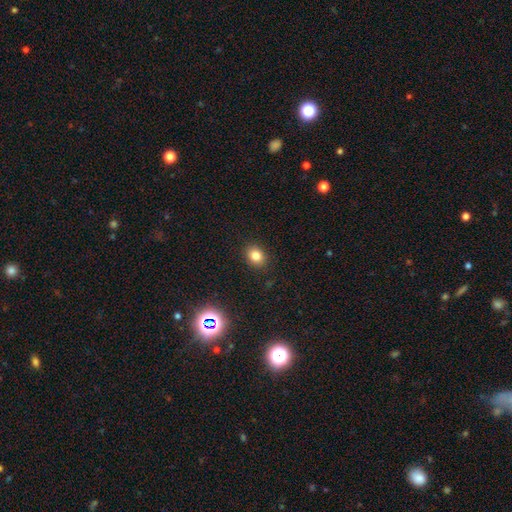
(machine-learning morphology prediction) A smooth galaxy with no disk features (80%) that is round (50%). Merging: none (89%).